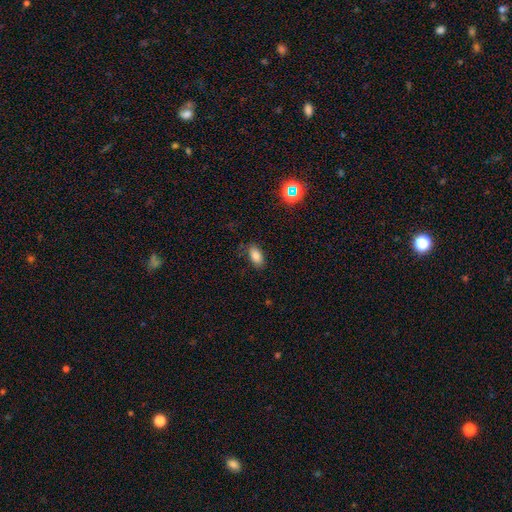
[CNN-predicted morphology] smooth_or_featured: smooth (p=0.83) [alt: star or artifact p=0.10]
how_rounded: in between (p=0.92) [alt: round p=0.04]
merging: none (p=0.79) [alt: minor disturbance p=0.15]